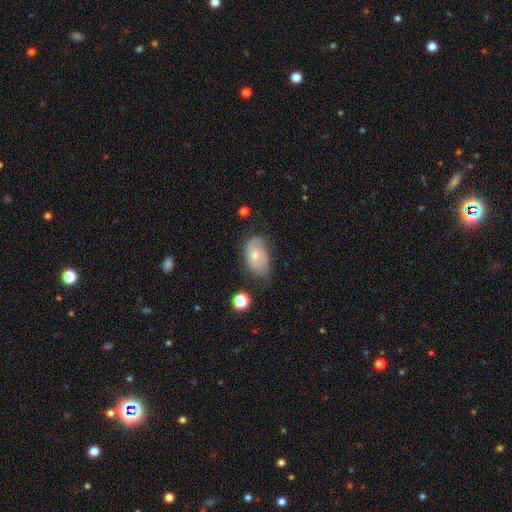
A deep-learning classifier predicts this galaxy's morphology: Smooth or featured? smooth (58%)
How rounded? in between (87%)
Merging? none (45%)